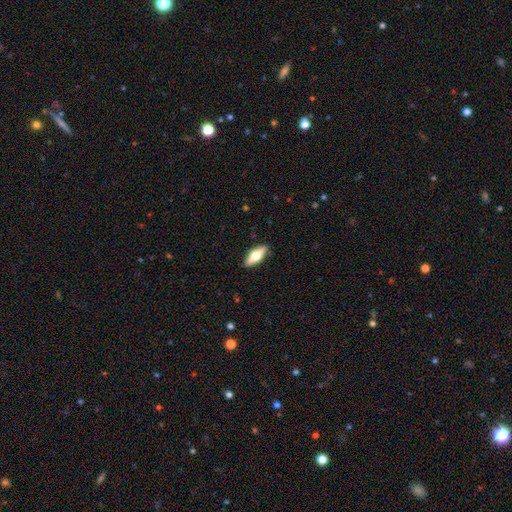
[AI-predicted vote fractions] Overall: smooth (54%; featured or disk 40%). How rounded: in between (65%; cigar-shaped 32%). Merging: none (88%).